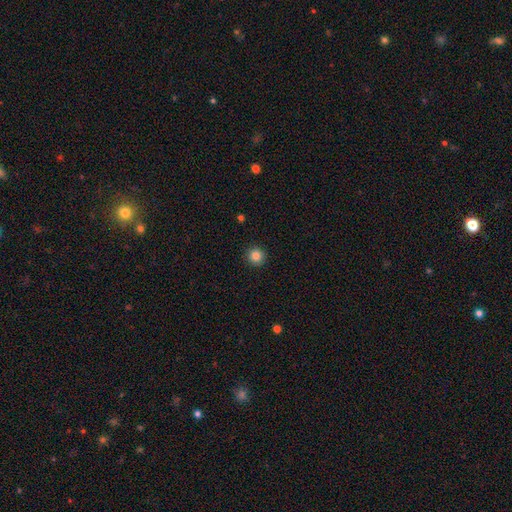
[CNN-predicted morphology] type=smooth (85%); roundness=round (95%); merging=none (92%).